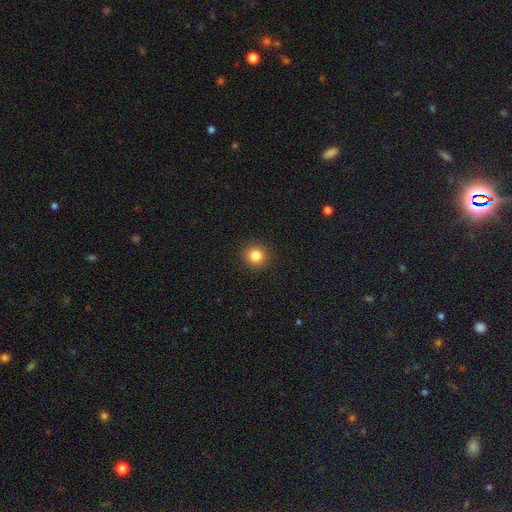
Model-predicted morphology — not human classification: This appears to be a smooth galaxy with no disk features (83%) that is round (92%). Merging: none (92%).